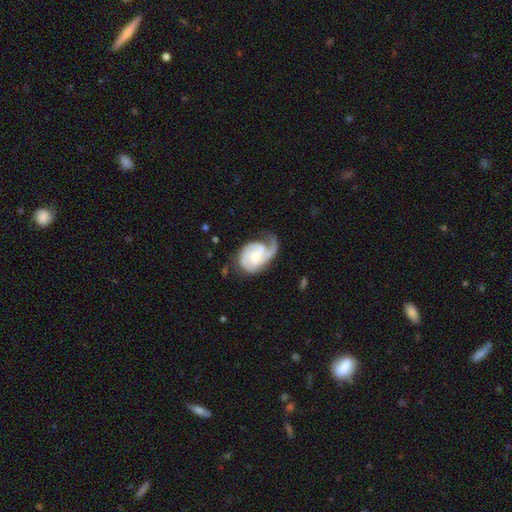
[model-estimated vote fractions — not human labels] Q: Smooth or featured?
A: featured or disk (86%); runner-up: smooth (10%)
Q: Edge-on disk?
A: no (98%); runner-up: yes (2%)
Q: Bar?
A: no (59%); runner-up: weak (34%)
Q: Spiral arms?
A: yes (97%); runner-up: no (3%)
Q: Spiral winding?
A: medium (43%); runner-up: tight (42%)
Q: Spiral arm count?
A: 2 (45%); runner-up: 3 (21%)
Q: Bulge size?
A: small (50%); runner-up: moderate (40%)
Q: Merging?
A: none (43%); runner-up: major disturbance (27%)